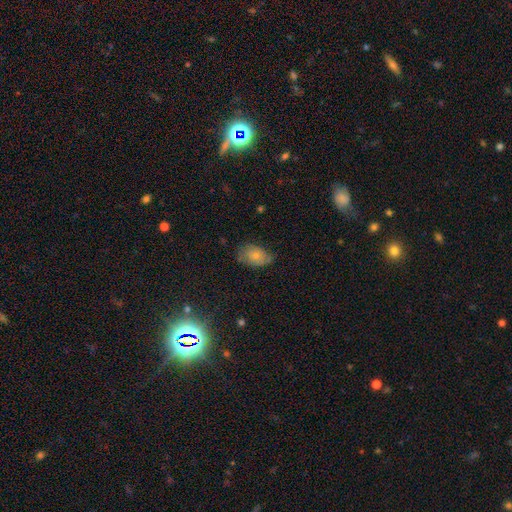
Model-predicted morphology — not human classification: The model was most divided on "merging": none: 57%, minor disturbance: 33%, major disturbance: 8%, merger: 2%. More confident: how rounded — in between (86%); smooth or featured — smooth (71%).